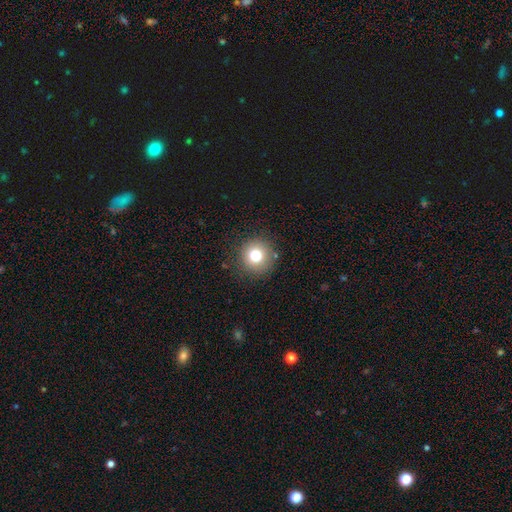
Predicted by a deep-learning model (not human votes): smooth_or_featured: smooth (p=0.78) [alt: star or artifact p=0.13]
how_rounded: round (p=0.93) [alt: in between p=0.06]
merging: none (p=0.87) [alt: minor disturbance p=0.08]